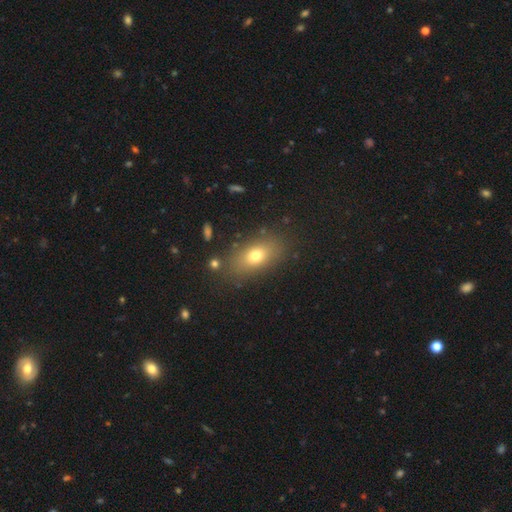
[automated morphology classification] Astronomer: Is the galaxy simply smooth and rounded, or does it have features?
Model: smooth — 72%.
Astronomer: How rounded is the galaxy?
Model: in between — 81%.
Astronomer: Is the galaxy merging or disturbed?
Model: none — 83%.